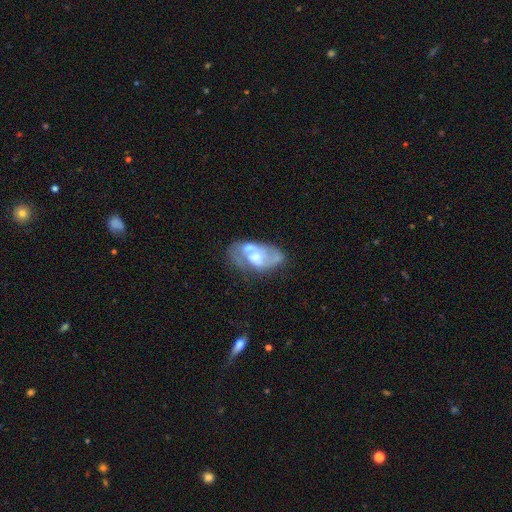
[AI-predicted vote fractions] The model was most divided on "spiral arms": yes: 51%, no: 49%. Remaining: edge-on disk — no (95%); bar — no (72%); smooth or featured — featured or disk (64%); bulge size — moderate (47%); merging — none (39%).